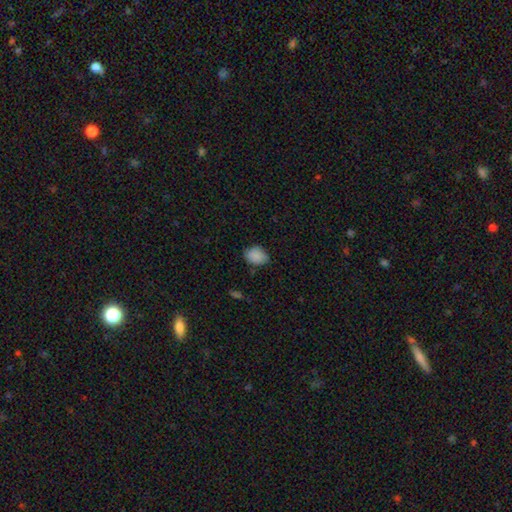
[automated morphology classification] Smooth or featured?
  - smooth: 86% *
  - star or artifact: 9%
  - featured or disk: 5%
How rounded?
  - in between: 58% *
  - round: 41%
  - cigar-shaped: 1%
Merging?
  - none: 69% *
  - minor disturbance: 25%
  - major disturbance: 4%
  - merger: 2%